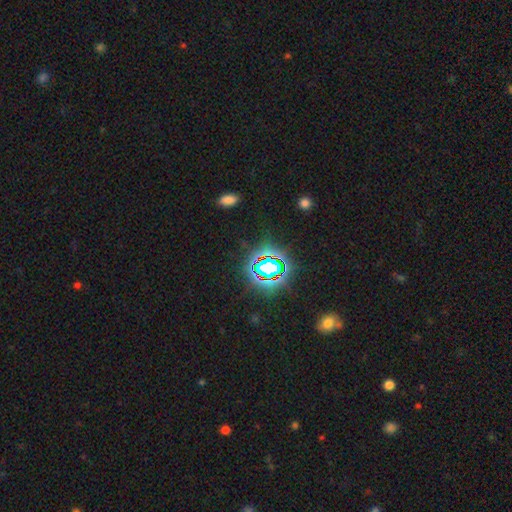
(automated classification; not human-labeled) Overall: star or artifact (80%).